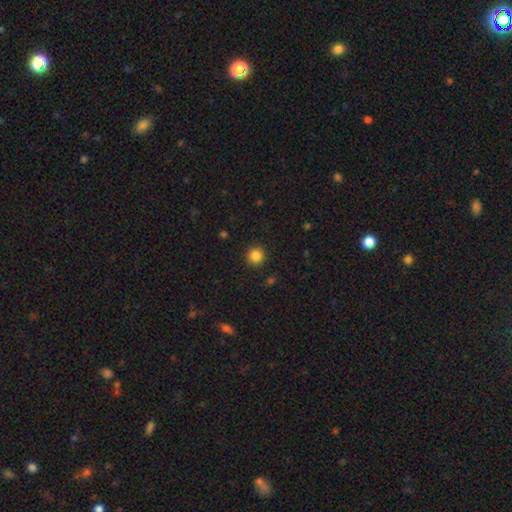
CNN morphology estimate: smooth 85%, star or artifact 11%, featured or disk 4%. Down the decision tree: how rounded — round (95%); merging — none (92%).